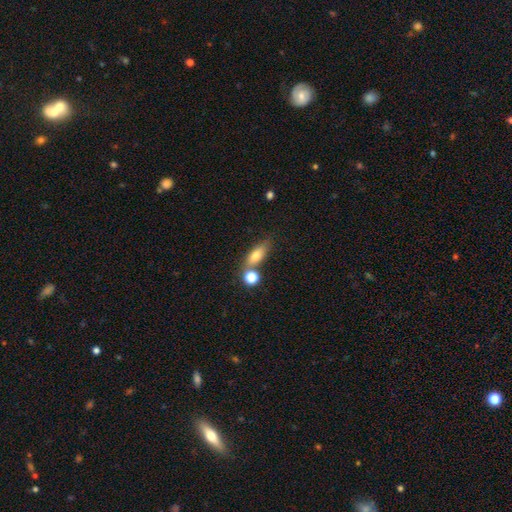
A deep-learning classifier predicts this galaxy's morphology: smooth_or_featured: smooth (p=0.72) [alt: featured or disk p=0.18]
how_rounded: in between (p=0.64) [alt: cigar-shaped p=0.26]
merging: none (p=0.57) [alt: merger p=0.22]